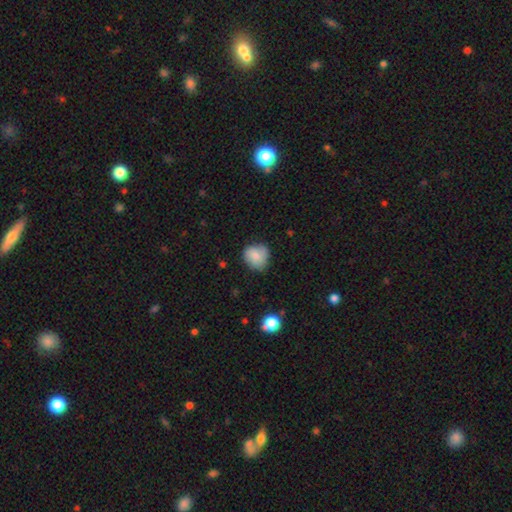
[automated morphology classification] This is likely a smooth galaxy (80%). How rounded: likely round (75%). Merging: likely none (60%).